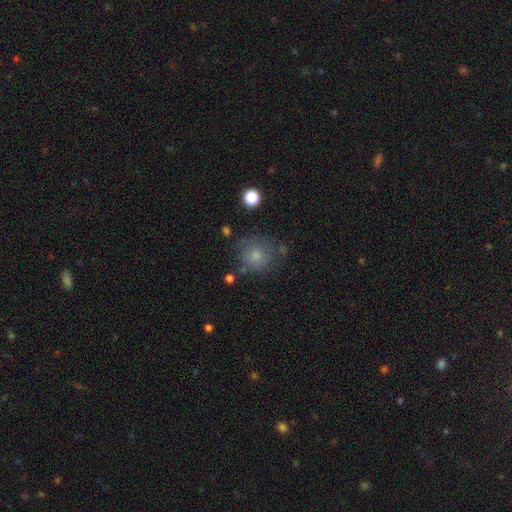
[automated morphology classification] A smooth galaxy with no disk features (76%) that is round (88%). Merging: none (71%).